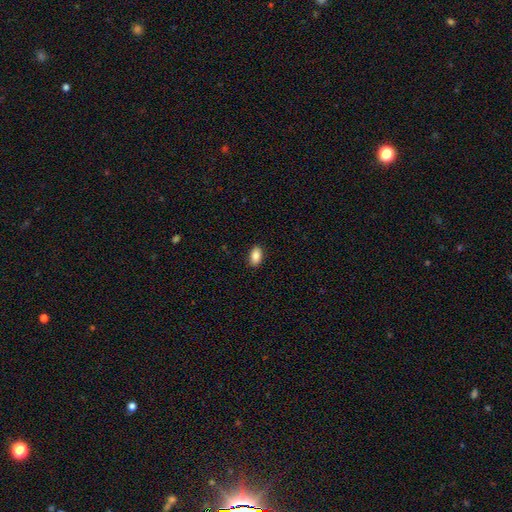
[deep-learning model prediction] Smooth or featured?
  - smooth: 87% *
  - star or artifact: 7%
  - featured or disk: 6%
How rounded?
  - in between: 92% *
  - round: 6%
  - cigar-shaped: 3%
Merging?
  - none: 89% *
  - minor disturbance: 8%
  - major disturbance: 2%
  - merger: 1%